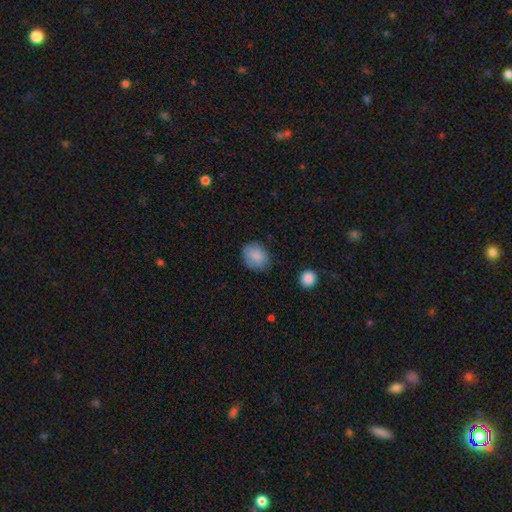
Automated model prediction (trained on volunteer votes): smooth 85%, featured or disk 8%, star or artifact 7%. Down the decision tree: how rounded — round (54%); merging — none (73%).